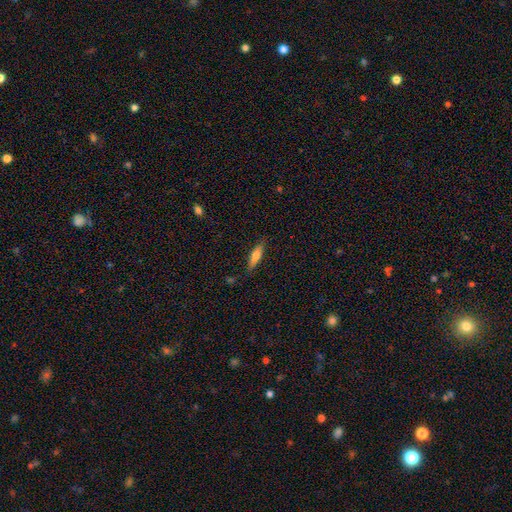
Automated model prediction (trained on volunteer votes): The model was most divided on "smooth or featured": smooth: 65%, featured or disk: 28%, star or artifact: 7%. More confident: merging — none (83%); how rounded — cigar-shaped (71%).